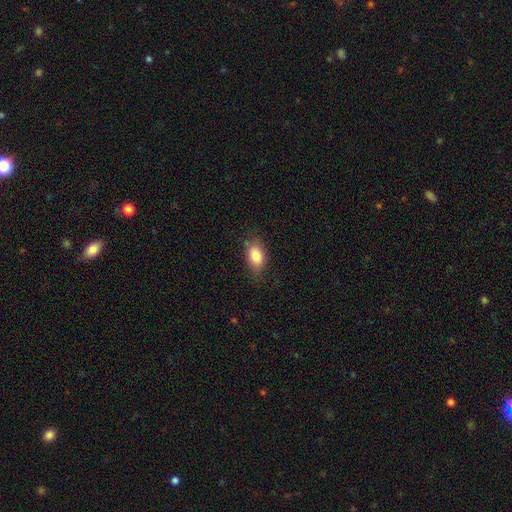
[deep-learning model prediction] A smooth galaxy with no disk features (83%) that is in between round and cigar-shaped (88%).

Vote fractions:
- Smooth or featured? smooth: 83% / featured or disk: 9% / star or artifact: 8%
- How rounded? in between: 88% / round: 9% / cigar-shaped: 3%
- Merging? none: 74% / minor disturbance: 19% / major disturbance: 5% / merger: 1%